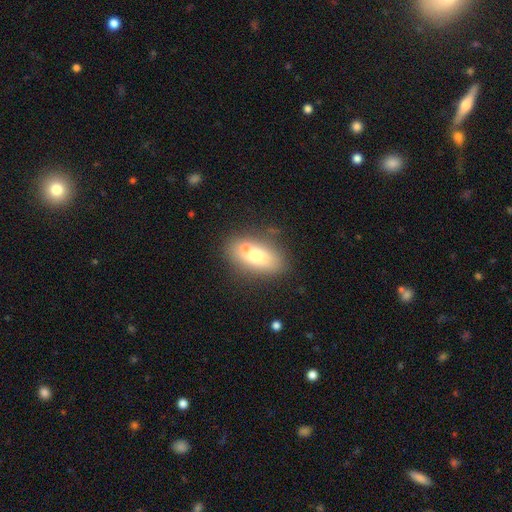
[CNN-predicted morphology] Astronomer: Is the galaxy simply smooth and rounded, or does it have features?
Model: smooth — 66%.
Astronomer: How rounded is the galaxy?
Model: in between — 84%.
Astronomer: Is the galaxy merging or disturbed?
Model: none — 54%.